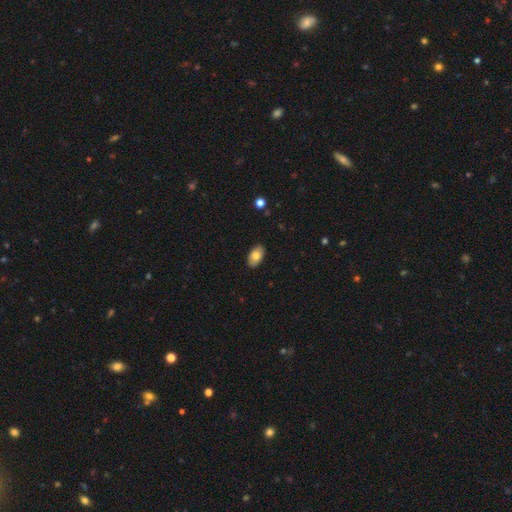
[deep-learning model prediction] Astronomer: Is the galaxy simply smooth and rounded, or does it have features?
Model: smooth — 78%.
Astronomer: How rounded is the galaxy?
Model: in between — 93%.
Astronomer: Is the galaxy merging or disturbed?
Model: none — 89%.